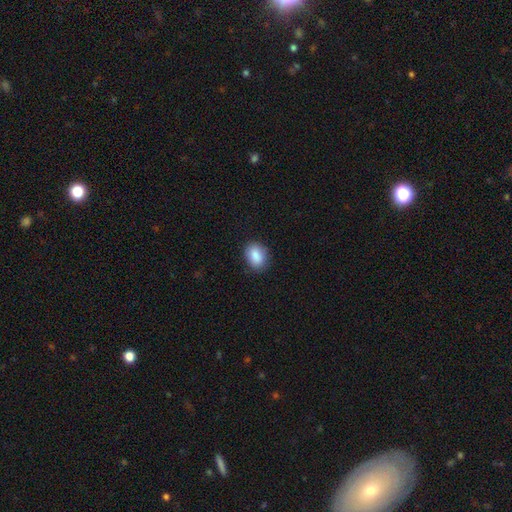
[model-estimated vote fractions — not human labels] A smooth galaxy with no disk features (88%) that is in between round and cigar-shaped (71%).

Vote fractions:
- Smooth or featured? smooth: 88% / star or artifact: 8% / featured or disk: 5%
- How rounded? in between: 71% / round: 28% / cigar-shaped: 1%
- Merging? none: 84% / minor disturbance: 12% / major disturbance: 3% / merger: 1%